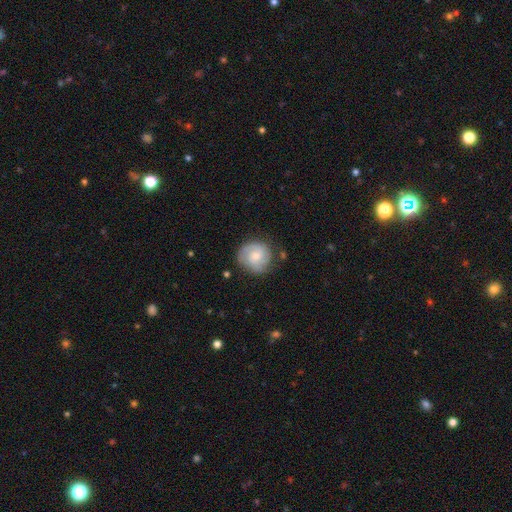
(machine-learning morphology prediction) Smooth or featured? Predicted: featured or disk (p=0.68). Edge-on disk? Predicted: no (p=0.98). Bar? Predicted: no (p=0.62). Spiral arms? Predicted: yes (p=0.93). Spiral winding? Predicted: tight (p=0.51). Spiral arm count? Predicted: 2 (p=0.50). Bulge size? Predicted: small (p=0.48). Merging? Predicted: none (p=0.75).